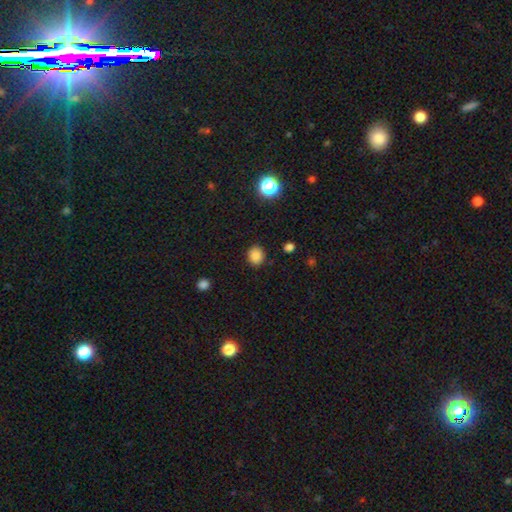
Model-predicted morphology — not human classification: Smooth or featured? Predicted: smooth (p=0.85). How rounded? Predicted: round (p=0.78). Merging? Predicted: none (p=0.88).